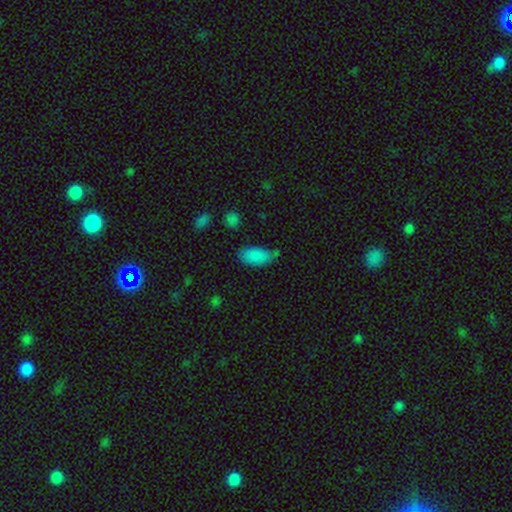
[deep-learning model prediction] Smooth or featured: smooth — 87% (star or artifact — 8%)
How rounded: in between — 92% (cigar-shaped — 5%)
Merging: none — 60% (minor disturbance — 28%)